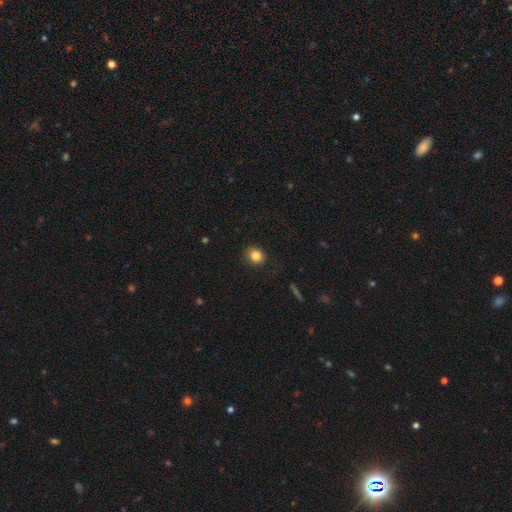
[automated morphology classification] Smooth or featured: smooth — 83% (star or artifact — 11%)
How rounded: round — 80% (in between — 19%)
Merging: none — 87% (minor disturbance — 10%)